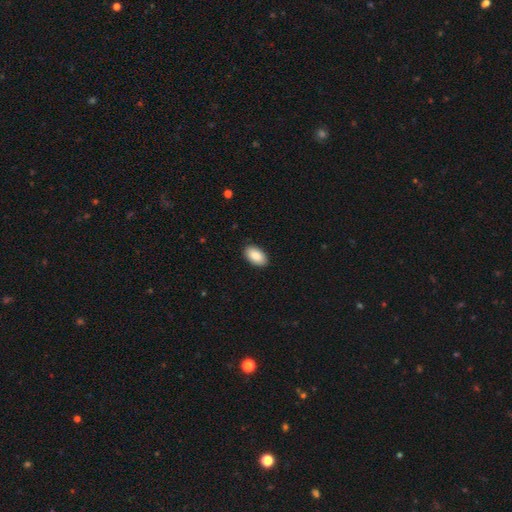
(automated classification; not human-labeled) smooth_or_featured: smooth (p=0.89) [alt: star or artifact p=0.06]
how_rounded: in between (p=0.95) [alt: round p=0.03]
merging: none (p=0.89) [alt: minor disturbance p=0.08]